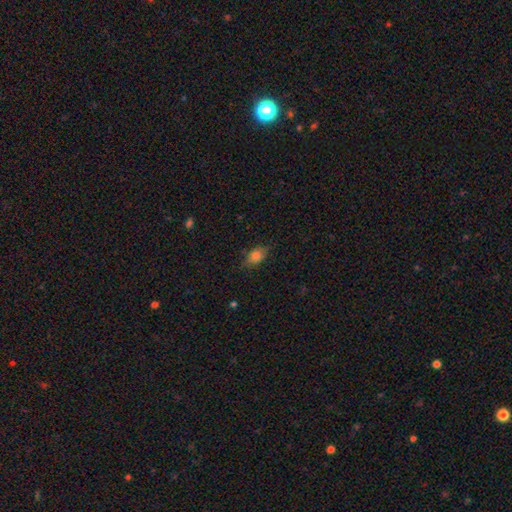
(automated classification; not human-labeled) This appears to be a smooth galaxy with no disk features (76%) that is in between round and cigar-shaped (81%). Merging: none (74%).